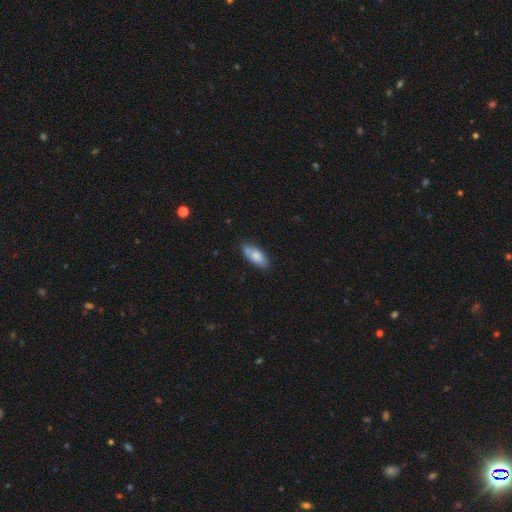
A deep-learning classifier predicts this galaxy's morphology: type=smooth (77%); roundness=in between (81%); merging=none (68%).